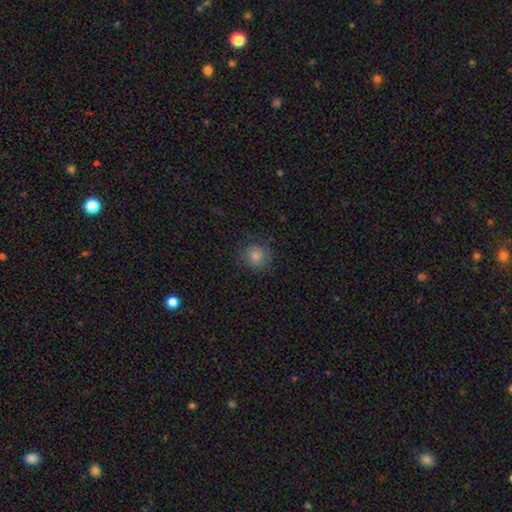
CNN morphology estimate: Q: Smooth or featured?
A: smooth (77%); runner-up: star or artifact (13%)
Q: How rounded?
A: round (91%); runner-up: in between (8%)
Q: Merging?
A: none (83%); runner-up: minor disturbance (12%)